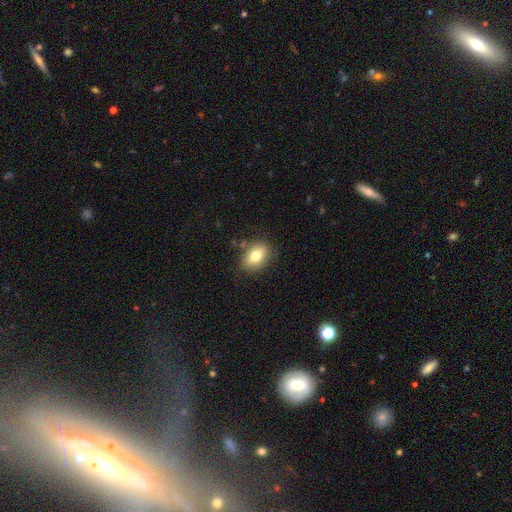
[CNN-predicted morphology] The model was most divided on "how rounded": in between: 82%, round: 16%, cigar-shaped: 2%. More confident: merging — none (81%); smooth or featured — smooth (79%).